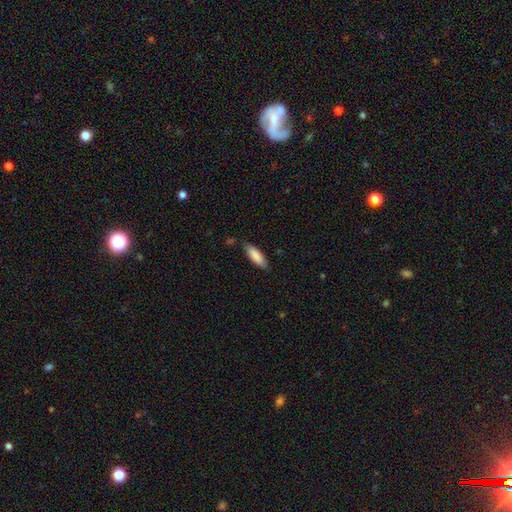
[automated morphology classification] smooth_or_featured: smooth (p=0.85) [alt: featured or disk p=0.09]
how_rounded: in between (p=0.60) [alt: cigar-shaped p=0.39]
merging: none (p=0.76) [alt: minor disturbance p=0.18]